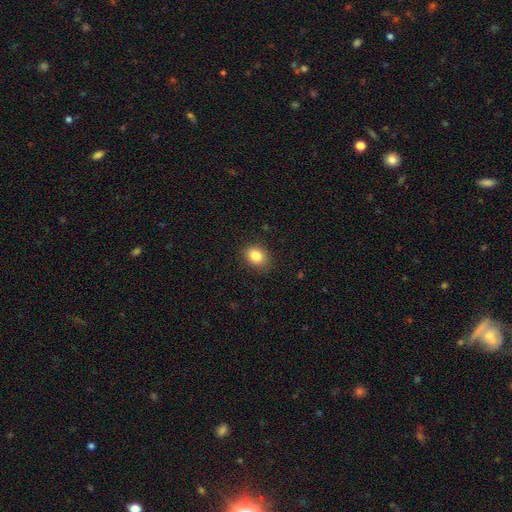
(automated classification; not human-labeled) A smooth galaxy with no disk features (84%) that is in between round and cigar-shaped (50%).

Vote fractions:
- Smooth or featured? smooth: 84% / star or artifact: 10% / featured or disk: 6%
- How rounded? in between: 50% / round: 49% / cigar-shaped: 1%
- Merging? none: 86% / minor disturbance: 10% / major disturbance: 3% / merger: 1%